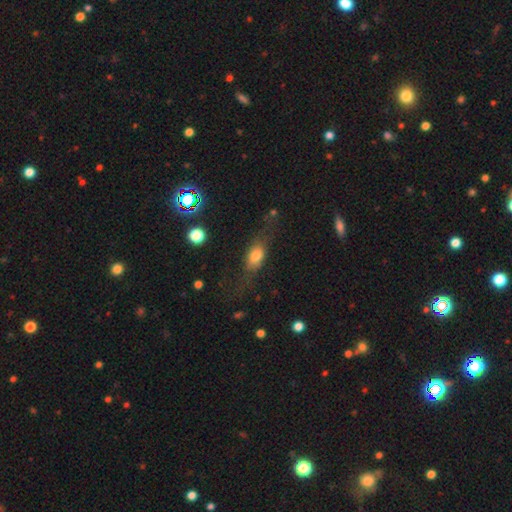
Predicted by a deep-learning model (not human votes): A smooth galaxy with no disk features (62%) that is in between round and cigar-shaped (70%).

Vote fractions:
- Smooth or featured? smooth: 62% / featured or disk: 28% / star or artifact: 10%
- How rounded? in between: 70% / cigar-shaped: 20% / round: 10%
- Merging? none: 56% / minor disturbance: 22% / major disturbance: 20% / merger: 3%